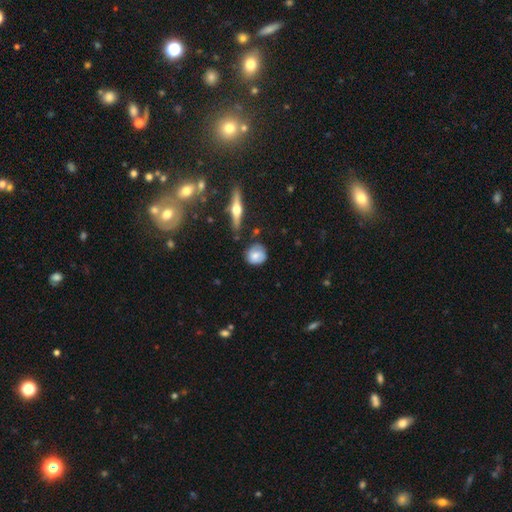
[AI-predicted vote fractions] Overall: smooth (61%; featured or disk 31%). How rounded: round (80%). Merging: none (68%).